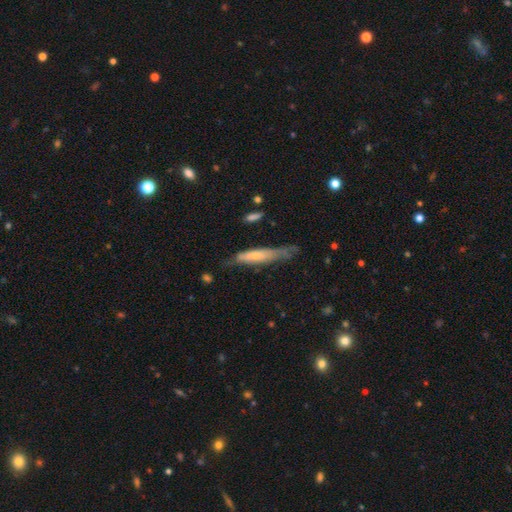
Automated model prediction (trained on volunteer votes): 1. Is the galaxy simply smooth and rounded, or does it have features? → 49% smooth, 45% featured or disk, 6% star or artifact.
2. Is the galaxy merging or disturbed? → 50% none, 32% minor disturbance, 15% major disturbance, 3% merger.